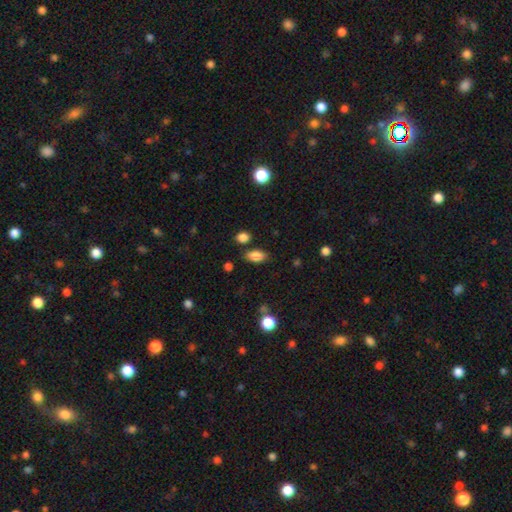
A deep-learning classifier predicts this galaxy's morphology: A smooth galaxy with no disk features (85%) that is in between round and cigar-shaped (90%).

Vote fractions:
- Smooth or featured? smooth: 85% / star or artifact: 9% / featured or disk: 6%
- How rounded? in between: 90% / round: 7% / cigar-shaped: 3%
- Merging? none: 77% / minor disturbance: 13% / merger: 6% / major disturbance: 3%